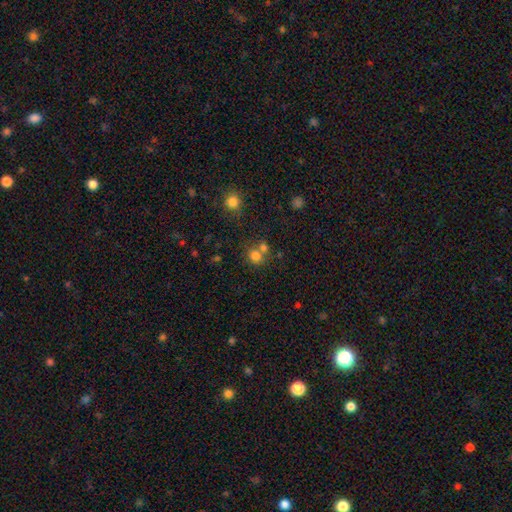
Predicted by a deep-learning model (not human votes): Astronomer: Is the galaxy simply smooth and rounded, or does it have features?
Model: smooth — 77%.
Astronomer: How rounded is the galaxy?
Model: round — 82%.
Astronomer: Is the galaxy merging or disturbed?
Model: none — 52% (runner-up: merger, 37%).